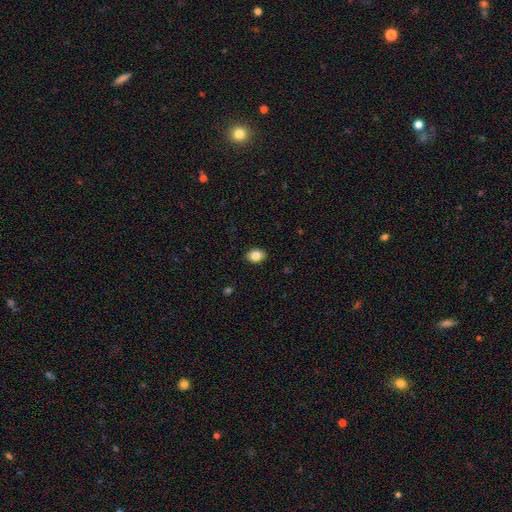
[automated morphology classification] Overall: smooth (84%). How rounded: in between (72%). Merging: none (89%).